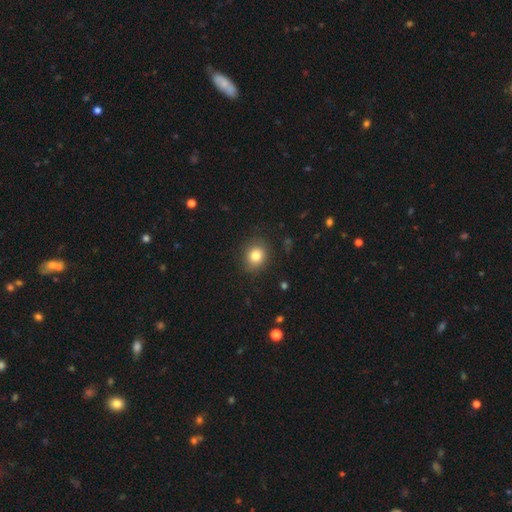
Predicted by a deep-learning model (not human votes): Smooth or featured: smooth — 81% (star or artifact — 11%)
How rounded: round — 72% (in between — 27%)
Merging: none — 86% (minor disturbance — 10%)